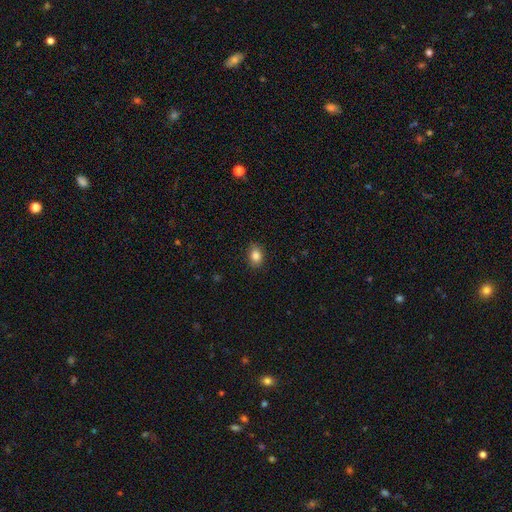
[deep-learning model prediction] A smooth galaxy with no disk features (85%) that is in between round and cigar-shaped (72%). Merging: none (86%).